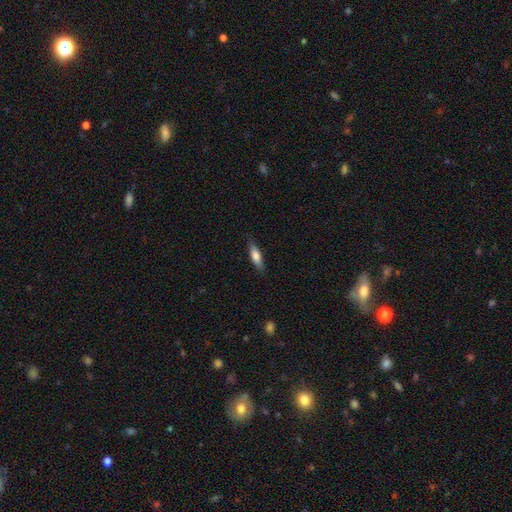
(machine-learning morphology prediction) Smooth or featured? Predicted: smooth (p=0.74). How rounded? Predicted: cigar-shaped (p=0.53). Merging? Predicted: none (p=0.82).